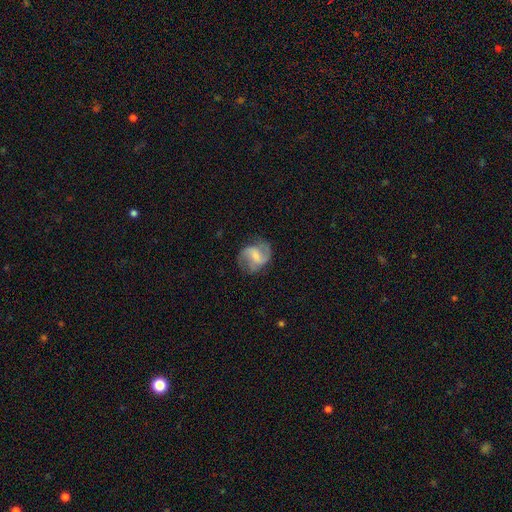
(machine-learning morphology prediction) type=featured or disk (76%); edge-on=no (98%); bar=weak (50%); spiral arms=yes (94%); winding=medium (46%); arm count=2 (83%); bulge=small (45%); merging=none (70%).